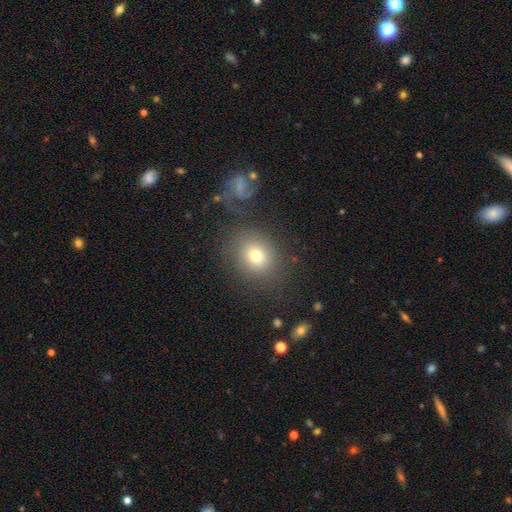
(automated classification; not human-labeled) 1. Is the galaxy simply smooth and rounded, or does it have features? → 71% smooth, 17% featured or disk, 12% star or artifact.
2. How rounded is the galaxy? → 68% round, 31% in between, 1% cigar-shaped.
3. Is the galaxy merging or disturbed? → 76% none, 12% minor disturbance, 7% major disturbance, 5% merger.